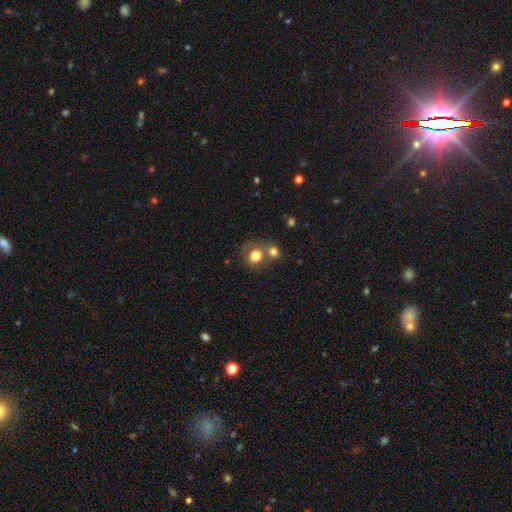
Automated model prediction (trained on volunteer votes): This is likely a smooth galaxy (79%). How rounded: likely round (73%). Merging: possibly none (50%).